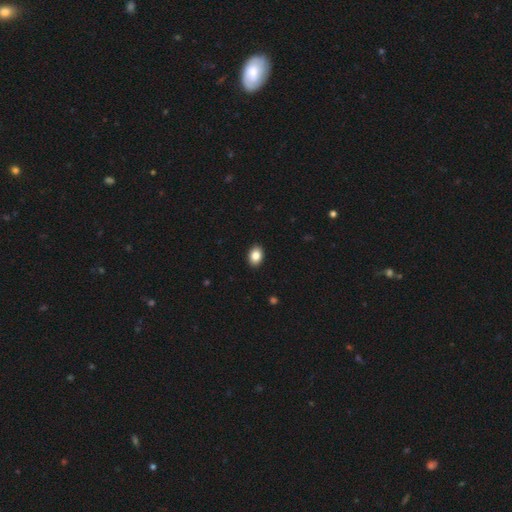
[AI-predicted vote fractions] Smooth or featured? Predicted: smooth (p=0.86). How rounded? Predicted: in between (p=0.80). Merging? Predicted: none (p=0.91).